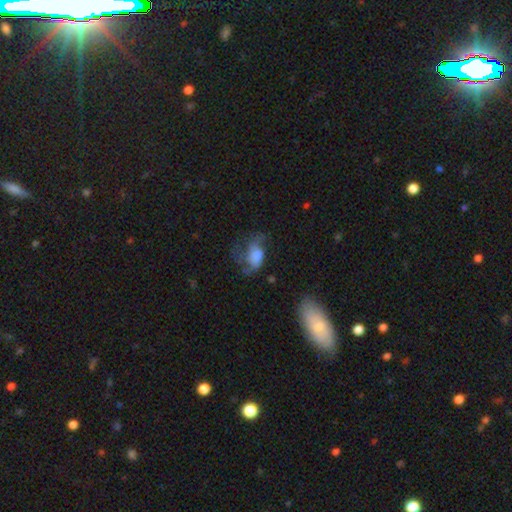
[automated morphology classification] Smooth or featured?
  - smooth: 46% *
  - featured or disk: 43%
  - star or artifact: 11%
Merging?
  - major disturbance: 45% *
  - none: 30%
  - minor disturbance: 22%
  - merger: 3%